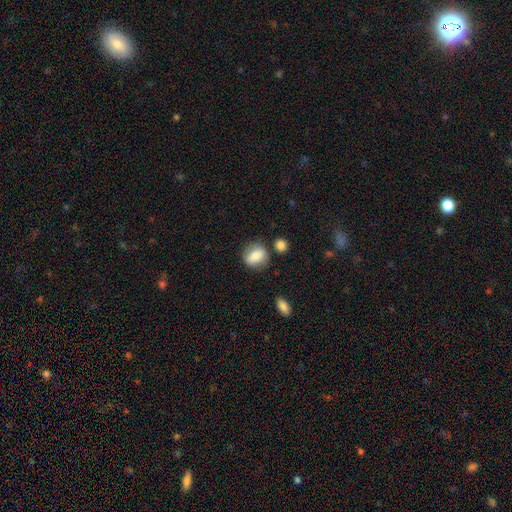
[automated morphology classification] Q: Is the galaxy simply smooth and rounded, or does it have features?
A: smooth — 79%.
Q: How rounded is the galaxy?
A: round — 55%.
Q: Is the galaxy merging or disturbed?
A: none — 71%.